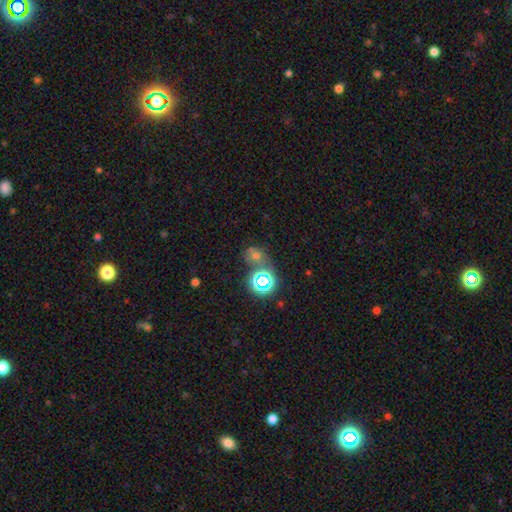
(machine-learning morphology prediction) Smooth or featured? smooth (48%)
Merging? none (56%)